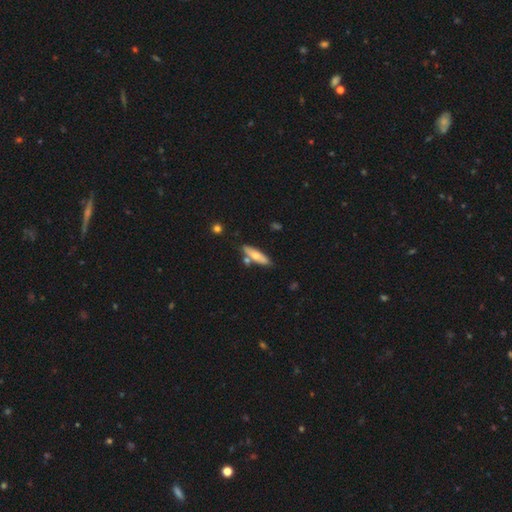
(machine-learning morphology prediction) Smooth or featured? Predicted: smooth (p=0.57). How rounded? Predicted: cigar-shaped (p=0.66). Merging? Predicted: none (p=0.73).